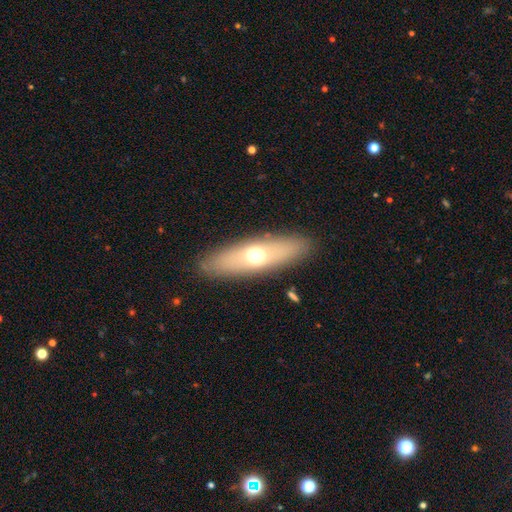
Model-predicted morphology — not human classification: Smooth or featured? smooth (57%)
How rounded? cigar-shaped (49%)
Merging? none (87%)